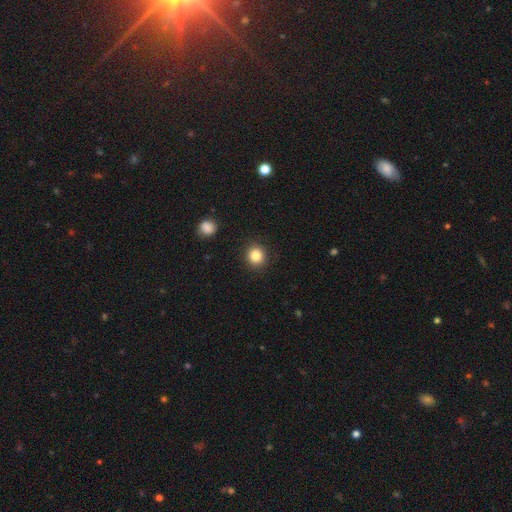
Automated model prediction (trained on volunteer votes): Smooth or featured?
  - smooth: 84% *
  - star or artifact: 11%
  - featured or disk: 5%
How rounded?
  - round: 88% *
  - in between: 11%
  - cigar-shaped: 1%
Merging?
  - none: 91% *
  - minor disturbance: 6%
  - major disturbance: 2%
  - merger: 1%